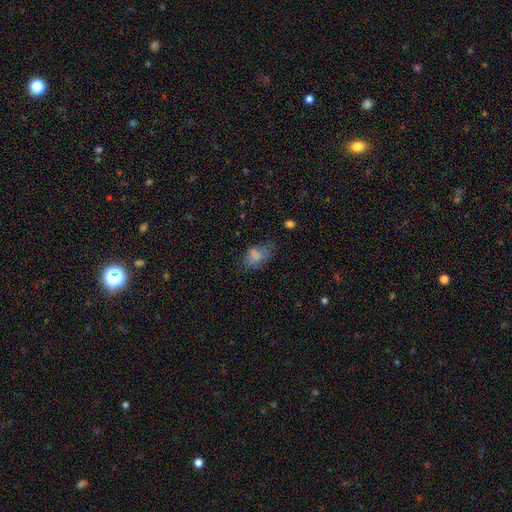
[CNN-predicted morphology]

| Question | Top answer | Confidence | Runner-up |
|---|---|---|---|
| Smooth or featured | smooth | 75% | featured or disk (13%) |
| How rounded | in between | 88% | round (9%) |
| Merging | none | 43% | minor disturbance (32%) |